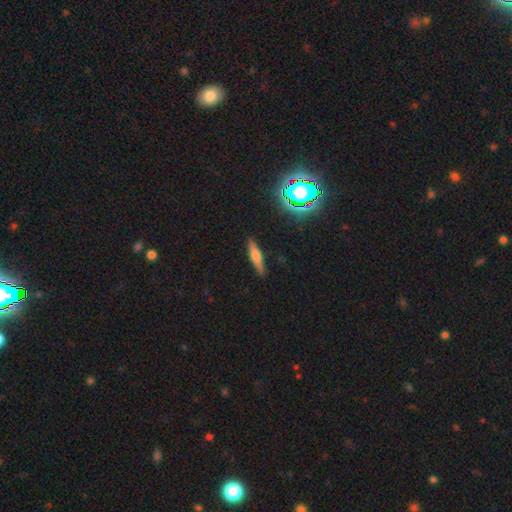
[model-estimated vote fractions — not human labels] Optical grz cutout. It shows a featured or disk galaxy (46%). Merging: none (88%).